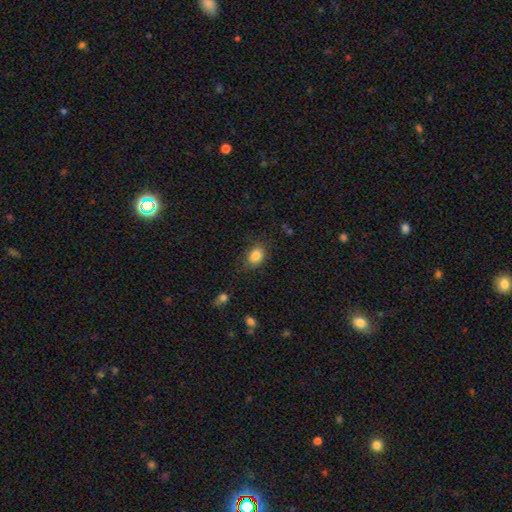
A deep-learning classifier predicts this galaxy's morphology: smooth-or-featured: smooth: 85% | star or artifact: 9% | featured or disk: 5%
  how-rounded: in between: 69% | round: 30% | cigar-shaped: 1%
  merging: none: 80% | minor disturbance: 14% | major disturbance: 4% | merger: 2%